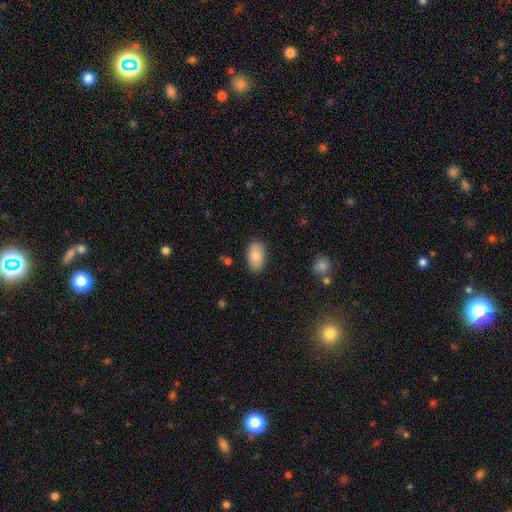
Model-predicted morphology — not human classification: Smooth or featured?
  - smooth: 82% *
  - featured or disk: 11%
  - star or artifact: 7%
How rounded?
  - in between: 93% *
  - round: 6%
  - cigar-shaped: 1%
Merging?
  - none: 85% *
  - minor disturbance: 11%
  - major disturbance: 2%
  - merger: 1%